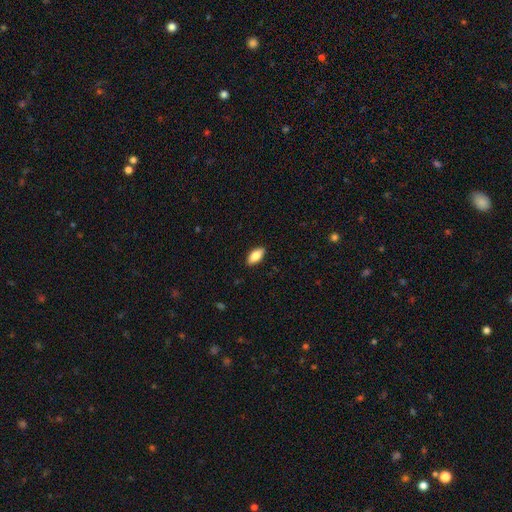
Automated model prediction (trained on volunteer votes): A smooth galaxy with no disk features (86%) that is in between round and cigar-shaped (91%). Merging: none (89%).